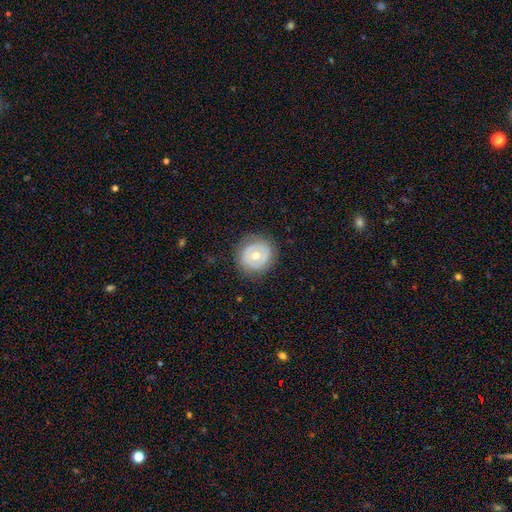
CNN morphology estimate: type=featured or disk (48%); merging=none (81%).